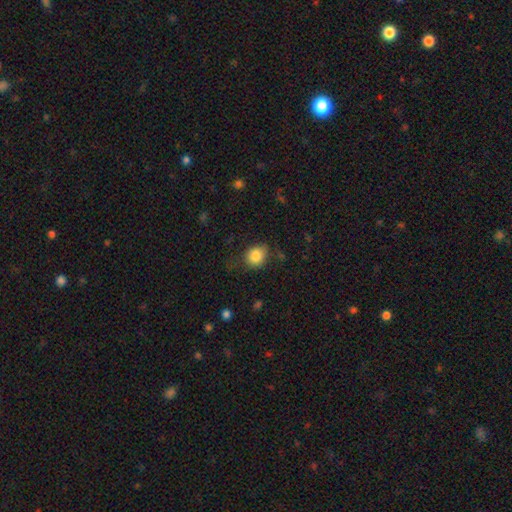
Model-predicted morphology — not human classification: Q: Smooth or featured?
A: smooth (84%); runner-up: star or artifact (9%)
Q: How rounded?
A: round (62%); runner-up: in between (37%)
Q: Merging?
A: none (68%); runner-up: minor disturbance (22%)